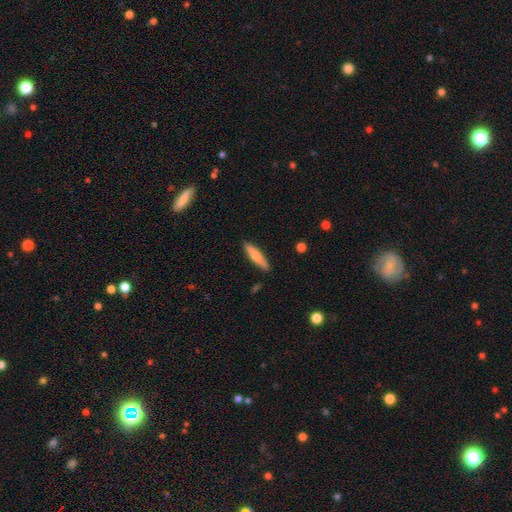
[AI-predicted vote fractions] Overall: smooth (61%; featured or disk 34%). How rounded: cigar-shaped (84%). Merging: none (89%).